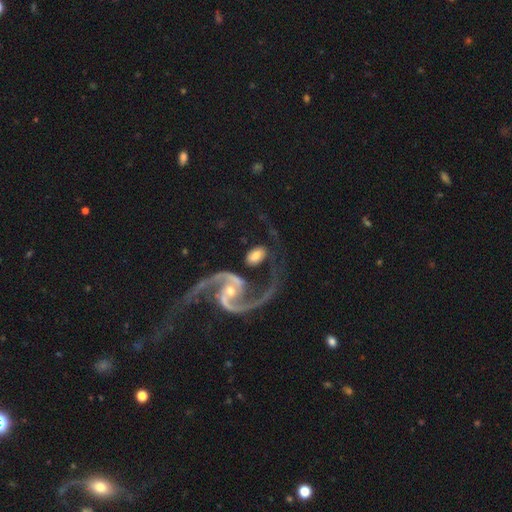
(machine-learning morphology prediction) Smooth or featured: featured or disk — 72% (smooth — 22%)
Edge-on disk: no — 97% (yes — 3%)
Bar: no — 47% (weak — 35%)
Spiral arms: yes — 94% (no — 6%)
Spiral winding: loose — 66% (medium — 27%)
Spiral arm count: 2 — 93% (1 — 2%)
Bulge size: moderate — 47% (small — 39%)
Merging: none — 53% (minor disturbance — 17%)